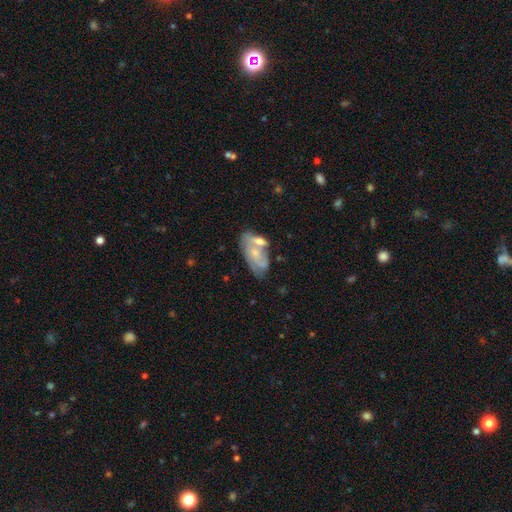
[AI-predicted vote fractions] The model was most divided on "merging": merger: 40%, none: 33%, minor disturbance: 18%, major disturbance: 10%. More confident: edge-on disk — no (92%); smooth or featured — featured or disk (54%).